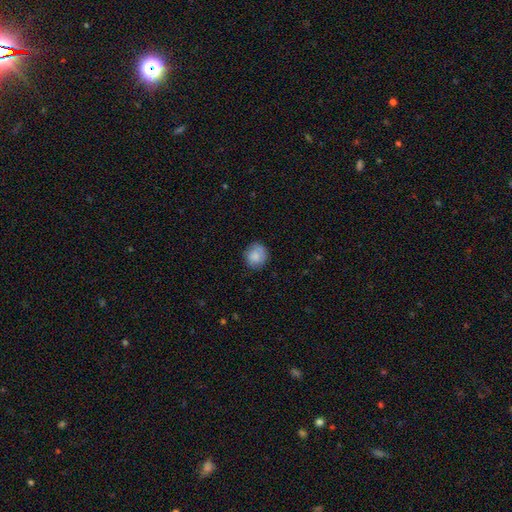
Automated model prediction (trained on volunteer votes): A smooth galaxy with no disk features (83%) that is round (82%). Merging: none (79%).